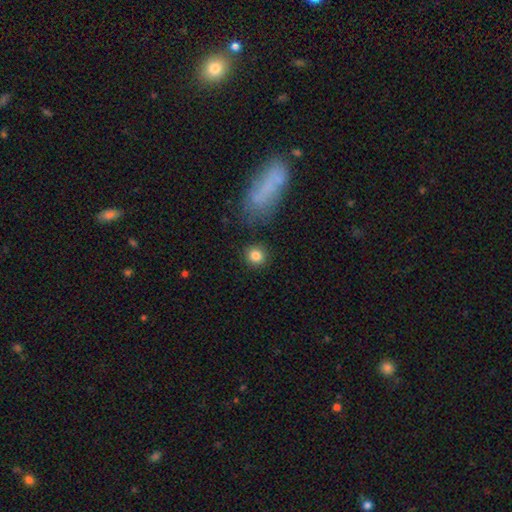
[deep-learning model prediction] Smooth or featured? smooth (84%)
How rounded? round (89%)
Merging? none (88%)